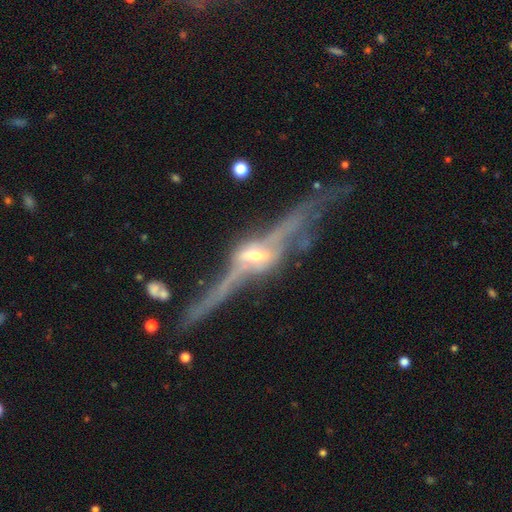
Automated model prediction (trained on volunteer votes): Smooth or featured?
  - featured or disk: 88% *
  - smooth: 6%
  - star or artifact: 5%
Edge-on disk?
  - yes: 78% *
  - no: 22%
Edge-on bulge?
  - rounded: 89% *
  - boxy: 8%
  - none: 4%
Merging?
  - none: 49% *
  - major disturbance: 23%
  - minor disturbance: 21%
  - merger: 7%